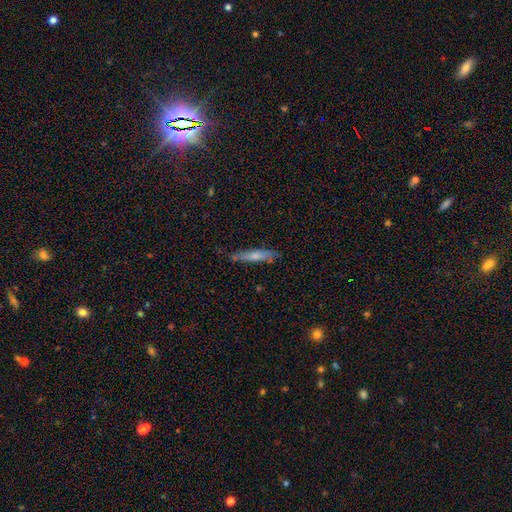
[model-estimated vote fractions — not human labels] Smooth or featured: smooth — 66% (featured or disk — 28%)
How rounded: cigar-shaped — 87% (in between — 12%)
Merging: none — 70% (minor disturbance — 22%)